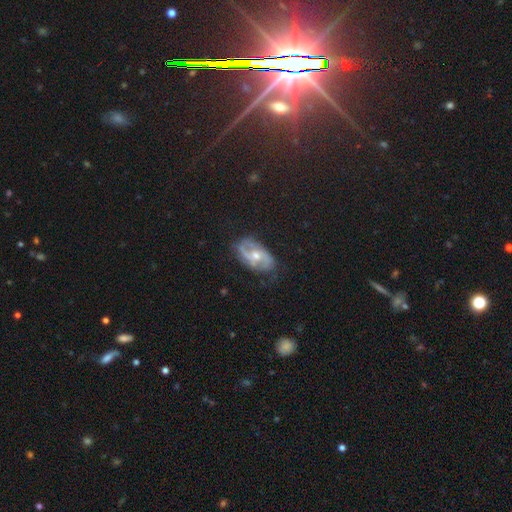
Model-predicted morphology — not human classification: A featured or disk galaxy (72%) with no bar (53%), 2 (72%) medium (44%) spiral arms (88%) and a moderate central bulge (65%).

Vote fractions:
- Smooth or featured? featured or disk: 72% / smooth: 15% / star or artifact: 13%
- Edge-on disk? no: 95% / yes: 5%
- Bar? no: 53% / weak: 36% / strong: 11%
- Spiral arms? yes: 88% / no: 12%
- Spiral winding? medium: 44% / tight: 28% / loose: 28%
- Spiral arm count? 2: 72% / can't tell: 14% / 3: 6% / 1: 3% / 4: 3% / more than 4: 2%
- Bulge size? moderate: 65% / small: 30% / large: 3% / none: 1% / dominant: 1%
- Merging? none: 70% / minor disturbance: 20% / major disturbance: 8% / merger: 2%